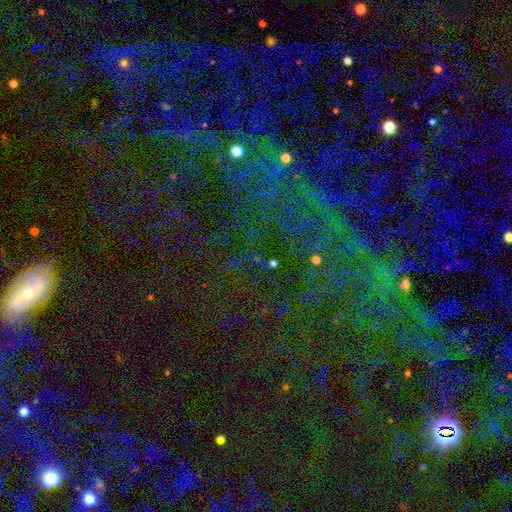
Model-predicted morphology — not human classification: Q: Smooth or featured?
A: star or artifact (76%); runner-up: smooth (14%)